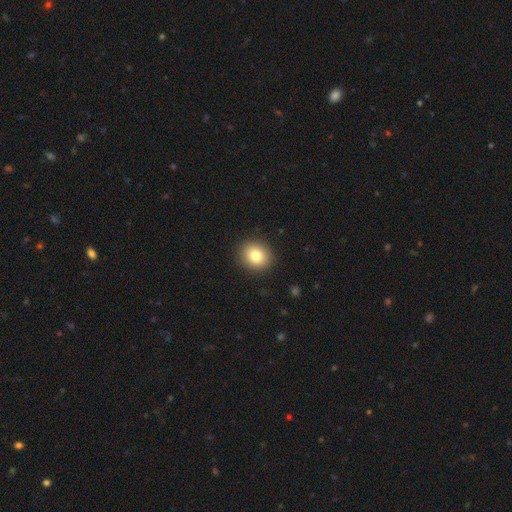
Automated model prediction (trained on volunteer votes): This is clearly a smooth galaxy (81%). How rounded: likely round (77%). Merging: clearly none (91%).